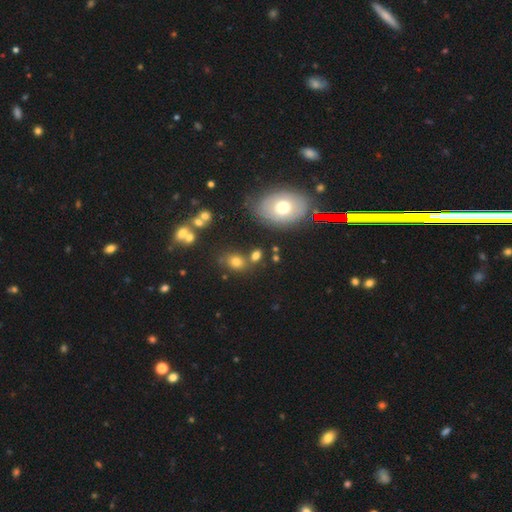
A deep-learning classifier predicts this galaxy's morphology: Smooth or featured?
  - smooth: 71% *
  - star or artifact: 17%
  - featured or disk: 12%
How rounded?
  - in between: 59% *
  - round: 39%
  - cigar-shaped: 2%
Merging?
  - none: 64% *
  - merger: 18%
  - minor disturbance: 13%
  - major disturbance: 5%